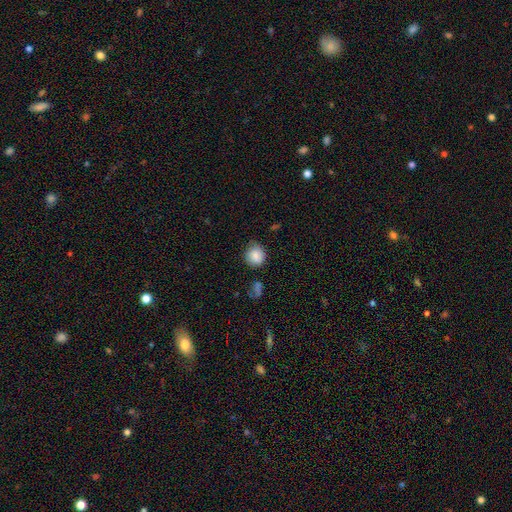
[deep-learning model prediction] smooth-or-featured: smooth: 84% | star or artifact: 8% | featured or disk: 8%
  how-rounded: round: 80% | in between: 19% | cigar-shaped: 1%
  merging: none: 68% | minor disturbance: 24% | major disturbance: 5% | merger: 4%